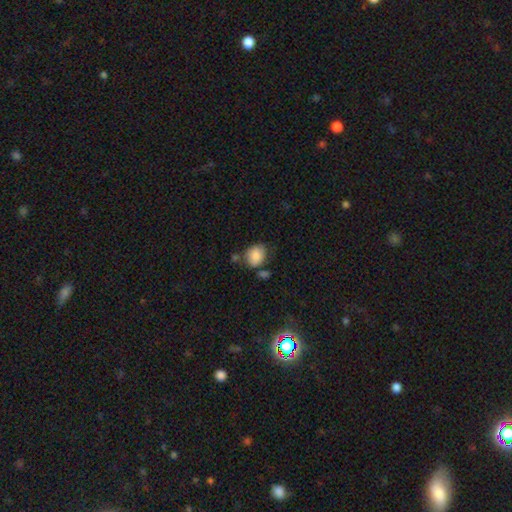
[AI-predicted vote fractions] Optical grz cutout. It shows a smooth galaxy with no disk features (85%) that is in between round and cigar-shaped (53%). Merging: none (62%).